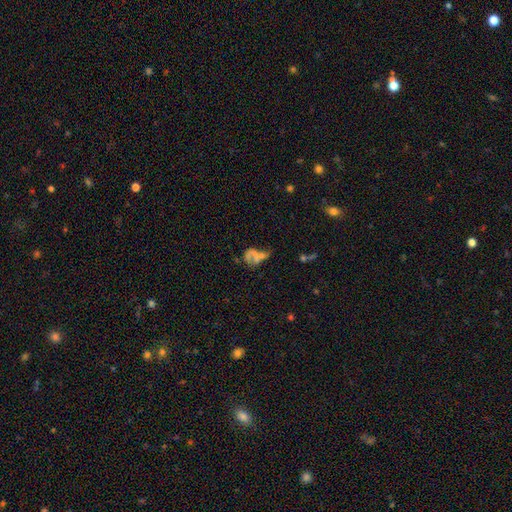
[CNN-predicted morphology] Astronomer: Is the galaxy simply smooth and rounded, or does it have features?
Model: featured or disk — 40% (runner-up: smooth, 38%).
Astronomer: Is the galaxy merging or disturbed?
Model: merger — 31% (runner-up: major disturbance, 29%).